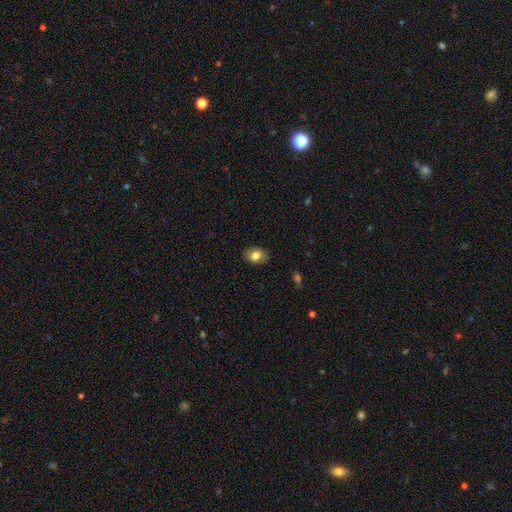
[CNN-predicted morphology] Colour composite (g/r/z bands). It shows a smooth galaxy with no disk features (79%) that is in between round and cigar-shaped (76%). Merging: none (86%).